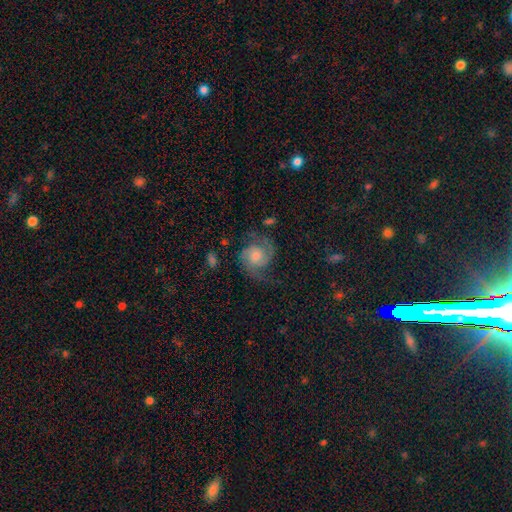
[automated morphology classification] Smooth or featured: featured or disk — 84% (smooth — 9%)
Edge-on disk: no — 98% (yes — 2%)
Bar: no — 71% (weak — 25%)
Spiral arms: yes — 97% (no — 3%)
Spiral winding: medium — 51% (tight — 33%)
Spiral arm count: 2 — 87% (can't tell — 4%)
Bulge size: moderate — 49% (small — 35%)
Merging: none — 74% (minor disturbance — 16%)